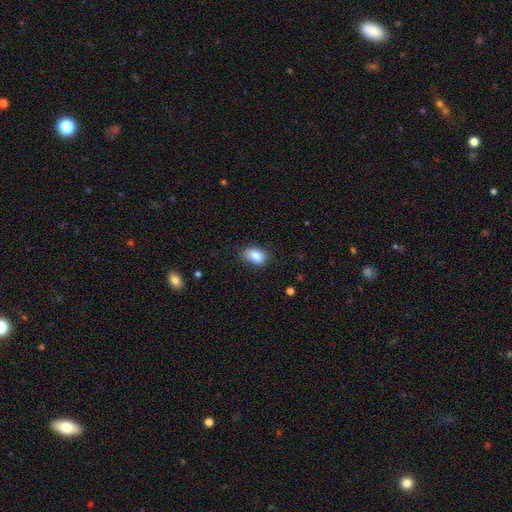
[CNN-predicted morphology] type=smooth (86%); roundness=in between (87%); merging=none (75%).